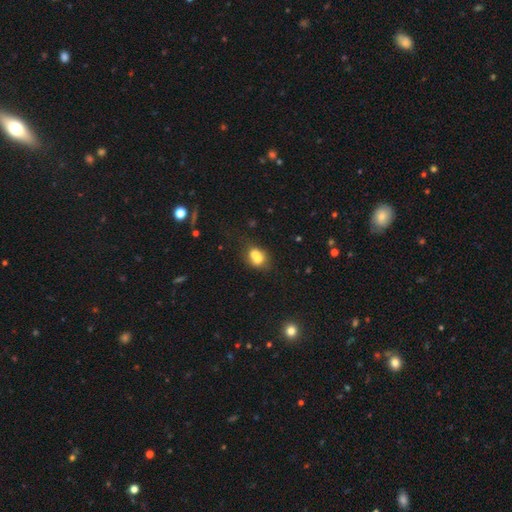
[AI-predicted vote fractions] A smooth galaxy with no disk features (67%) that is round (50%).

Vote fractions:
- Smooth or featured? smooth: 67% / featured or disk: 22% / star or artifact: 11%
- How rounded? round: 50% / in between: 48% / cigar-shaped: 1%
- Merging? merger: 57% / none: 30% / minor disturbance: 9% / major disturbance: 4%